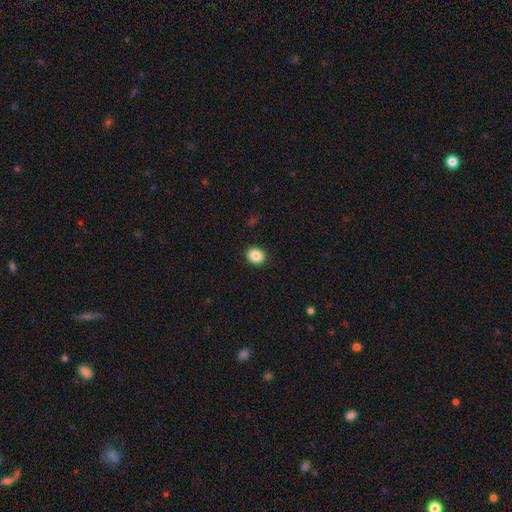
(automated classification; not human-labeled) Smooth or featured?
  - smooth: 87% *
  - star or artifact: 9%
  - featured or disk: 4%
How rounded?
  - round: 65% *
  - in between: 34%
  - cigar-shaped: 1%
Merging?
  - none: 91% *
  - minor disturbance: 6%
  - major disturbance: 2%
  - merger: 1%